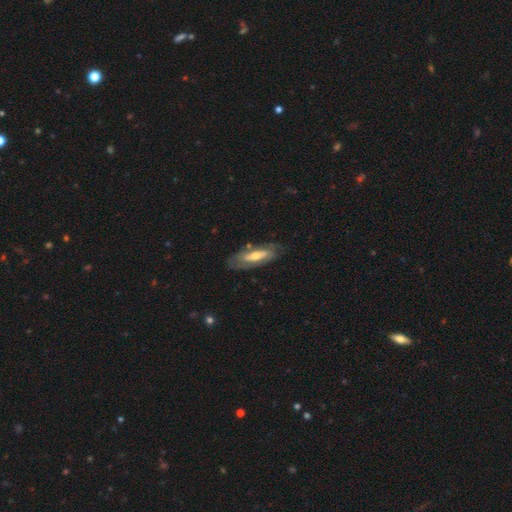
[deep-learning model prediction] Smooth or featured? Predicted: featured or disk (p=0.64). Edge-on disk? Predicted: no (p=0.71). Merging? Predicted: none (p=0.75).